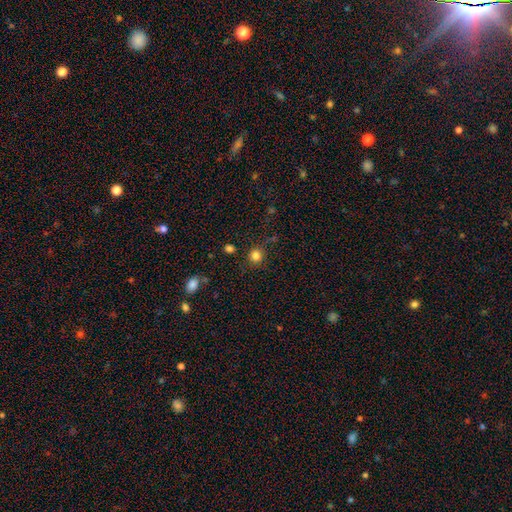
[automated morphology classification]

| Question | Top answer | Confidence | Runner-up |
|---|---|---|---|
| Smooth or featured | smooth | 82% | star or artifact (13%) |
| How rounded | round | 93% | in between (6%) |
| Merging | none | 86% | minor disturbance (8%) |